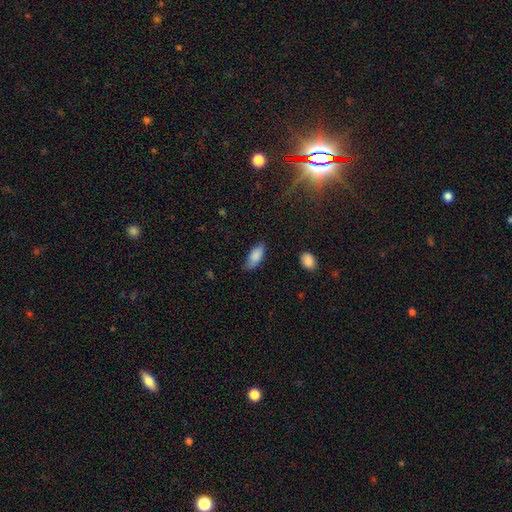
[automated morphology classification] This is clearly a smooth galaxy (84%). How rounded: clearly in between (86%). Merging: likely none (63%).